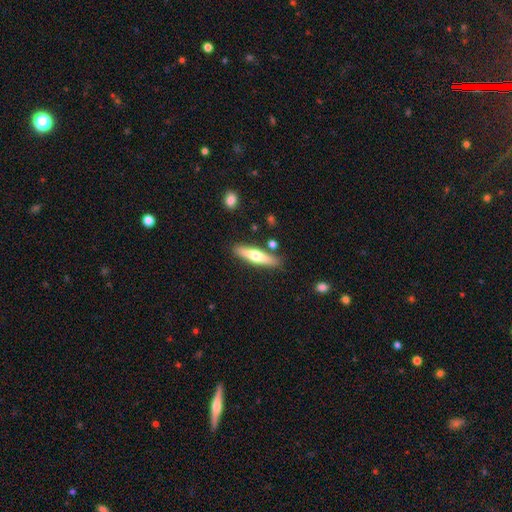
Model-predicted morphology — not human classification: smooth_or_featured: smooth (p=0.54) [alt: featured or disk p=0.41]
how_rounded: cigar-shaped (p=0.81) [alt: in between p=0.18]
merging: none (p=0.84) [alt: minor disturbance p=0.10]